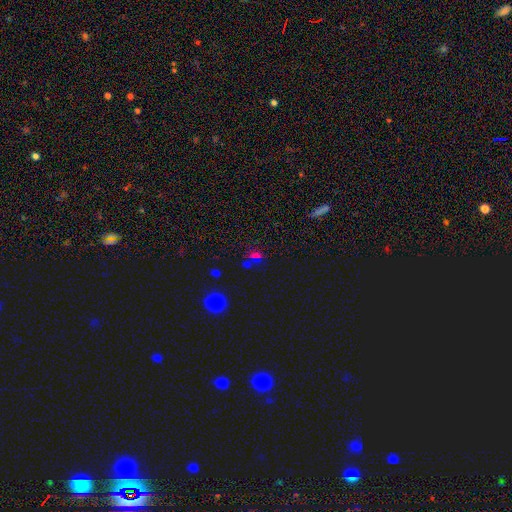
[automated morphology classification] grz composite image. It shows a smooth galaxy with no disk features (53%) that is round (64%). Merging: none (66%).